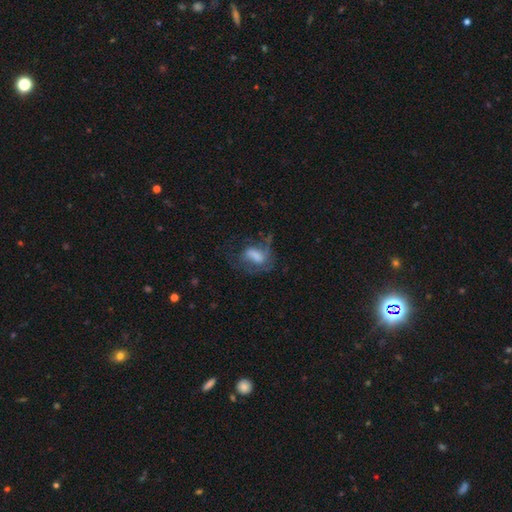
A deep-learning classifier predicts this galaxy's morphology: This is possibly a smooth galaxy (48%). Merging: marginally major disturbance (41%).